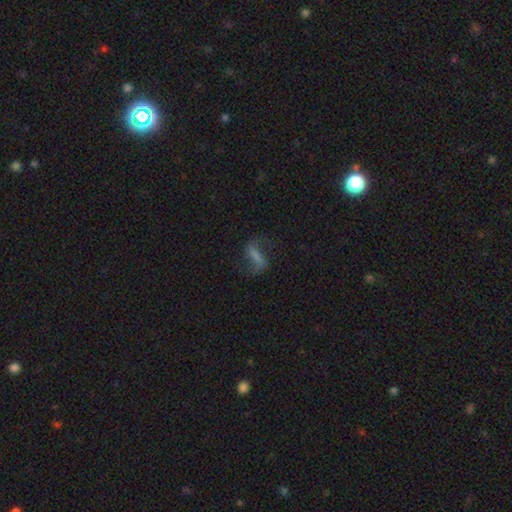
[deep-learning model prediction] This is likely a featured or disk galaxy (62%). It is clearly not viewed edge-on (92%). Bar: possibly strong (55%). Spiral arm pattern: clearly yes (88%). Spiral arm count: clearly 2 (89%). Spiral winding: likely loose (73%). Central bulge: possibly none (56%). Merging: likely none (70%).